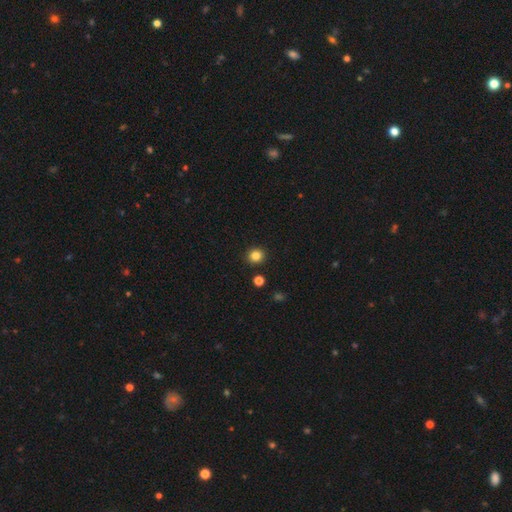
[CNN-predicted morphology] smooth-or-featured: smooth: 84% | star or artifact: 12% | featured or disk: 4%
  how-rounded: round: 90% | in between: 9% | cigar-shaped: 1%
  merging: none: 91% | minor disturbance: 5% | merger: 2% | major disturbance: 2%